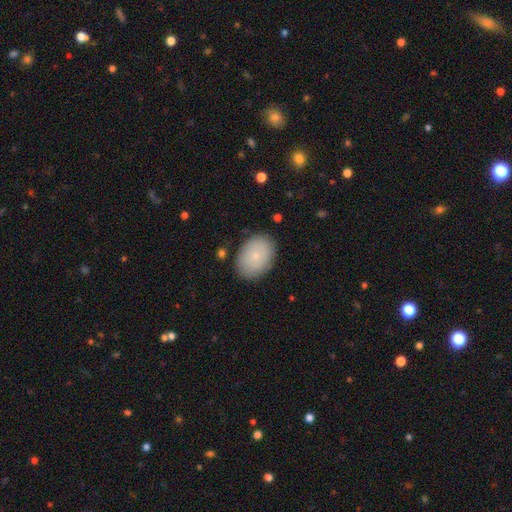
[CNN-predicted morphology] type=smooth (79%); roundness=in between (80%); merging=none (85%).